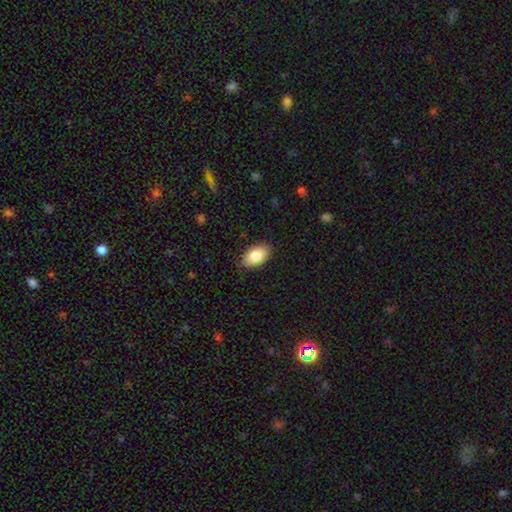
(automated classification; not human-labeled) This is clearly a smooth galaxy (86%). How rounded: clearly in between (94%). Merging: clearly none (85%).